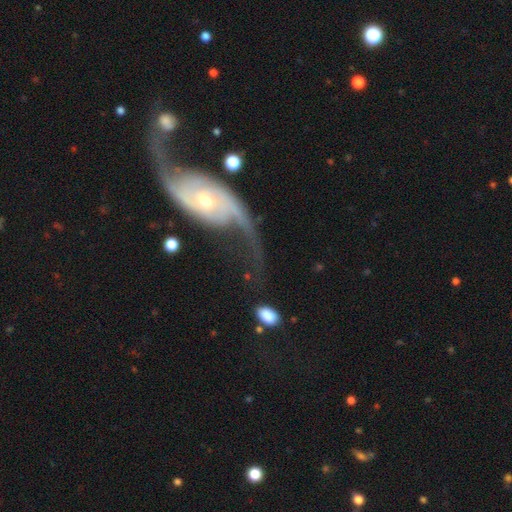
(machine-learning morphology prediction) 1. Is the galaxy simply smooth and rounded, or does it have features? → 88% featured or disk, 6% star or artifact, 6% smooth.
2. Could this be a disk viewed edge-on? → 95% no, 5% yes.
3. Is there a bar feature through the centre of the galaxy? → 61% no, 25% weak, 14% strong.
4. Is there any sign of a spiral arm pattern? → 95% yes, 5% no.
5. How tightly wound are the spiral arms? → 75% loose, 19% medium, 6% tight.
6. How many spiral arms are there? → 92% 2, 2% can't tell, 2% 1, 1% 3, 1% 4, 1% more than 4.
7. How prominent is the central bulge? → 57% small, 36% moderate, 3% large, 2% dominant, 2% none.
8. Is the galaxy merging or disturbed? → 52% none, 20% major disturbance, 16% minor disturbance, 11% merger.